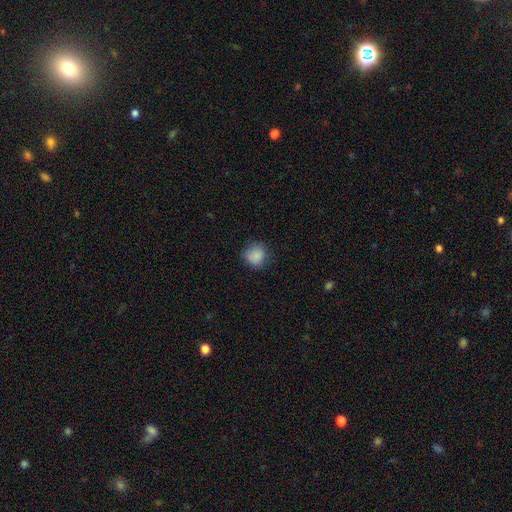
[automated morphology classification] This appears to be a smooth galaxy with no disk features (85%) that is round (84%). Merging: none (77%).